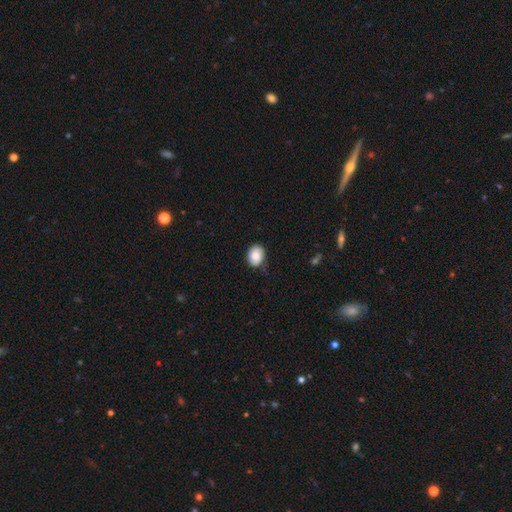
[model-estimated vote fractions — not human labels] Morphology: type=smooth (84%); roundness=in between (62%); merging=none (78%).